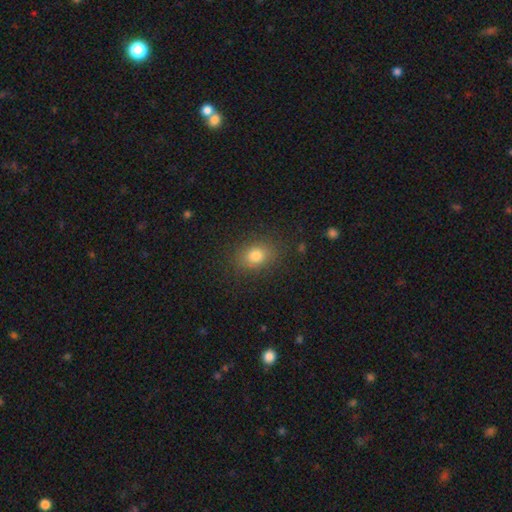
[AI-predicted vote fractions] smooth 80%, star or artifact 12%, featured or disk 8%. Down the decision tree: how rounded — in between (63%); merging — none (86%).